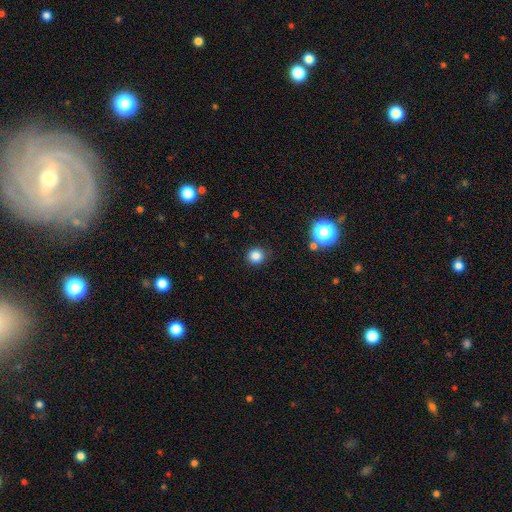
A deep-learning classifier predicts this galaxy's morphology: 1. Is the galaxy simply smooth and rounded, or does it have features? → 83% smooth, 13% star or artifact, 4% featured or disk.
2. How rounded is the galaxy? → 91% round, 8% in between, 1% cigar-shaped.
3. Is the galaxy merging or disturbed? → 88% none, 8% minor disturbance, 2% major disturbance, 1% merger.